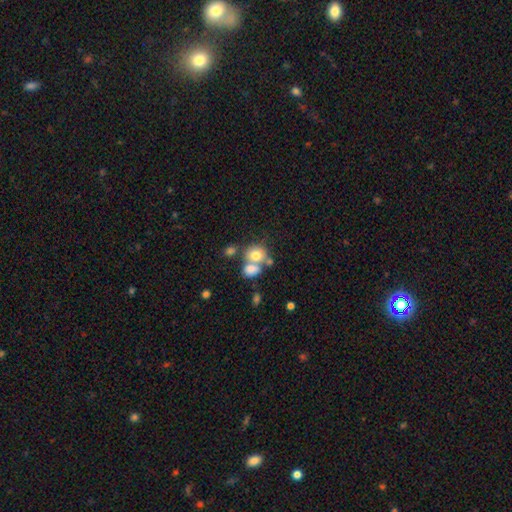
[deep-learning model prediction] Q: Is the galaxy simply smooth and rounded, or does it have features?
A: smooth — 75%.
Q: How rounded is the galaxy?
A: round — 63%.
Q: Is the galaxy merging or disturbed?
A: merger — 49%.